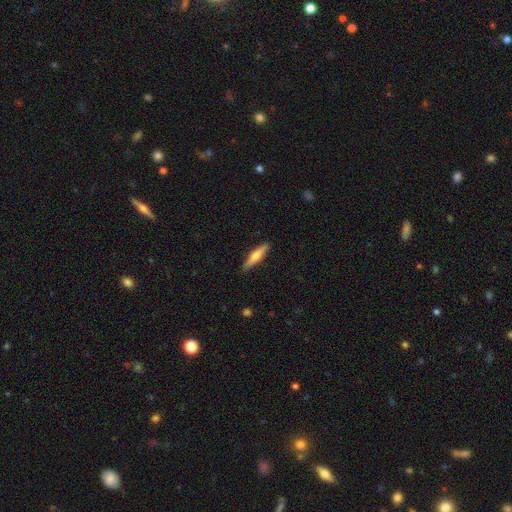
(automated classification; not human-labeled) A smooth galaxy with no disk features (51%) that is cigar-shaped (82%). Merging: none (88%).